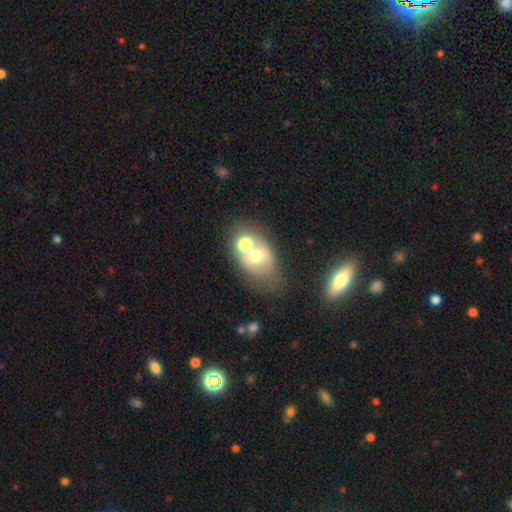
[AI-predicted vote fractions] smooth_or_featured: smooth (p=0.51) [alt: featured or disk p=0.35]
how_rounded: in between (p=0.68) [alt: round p=0.31]
merging: merger (p=0.40) [alt: none p=0.38]